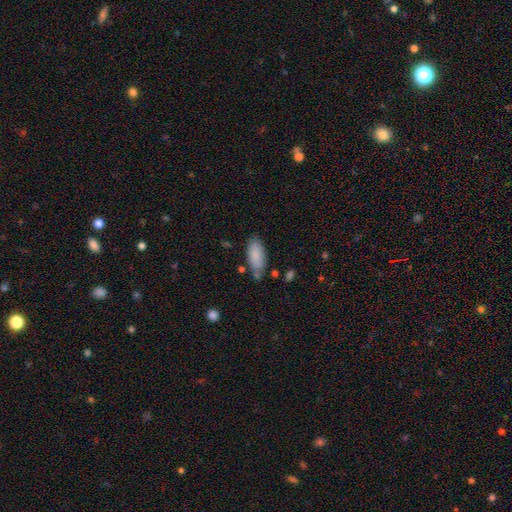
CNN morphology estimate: The model was most divided on "merging": none: 68%, minor disturbance: 21%, merger: 6%, major disturbance: 4%. More confident: how rounded — in between (88%); smooth or featured — smooth (87%).